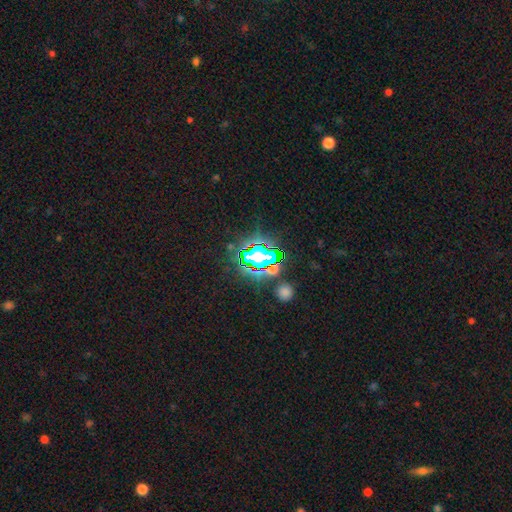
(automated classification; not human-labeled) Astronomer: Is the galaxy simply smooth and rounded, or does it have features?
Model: star or artifact — 81%.